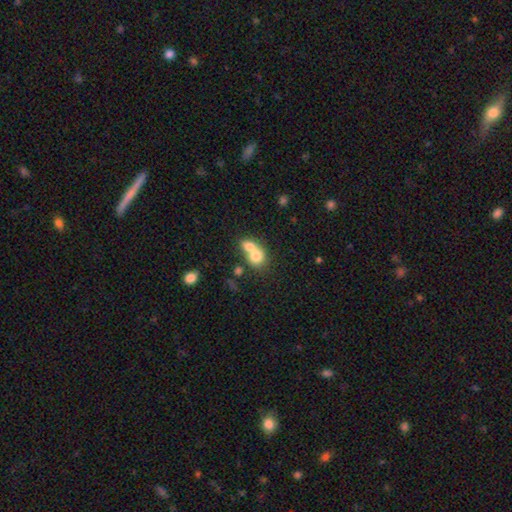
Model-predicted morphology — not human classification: Overall: smooth (74%). How rounded: round (65%; in between 33%). Merging: merger (68%).